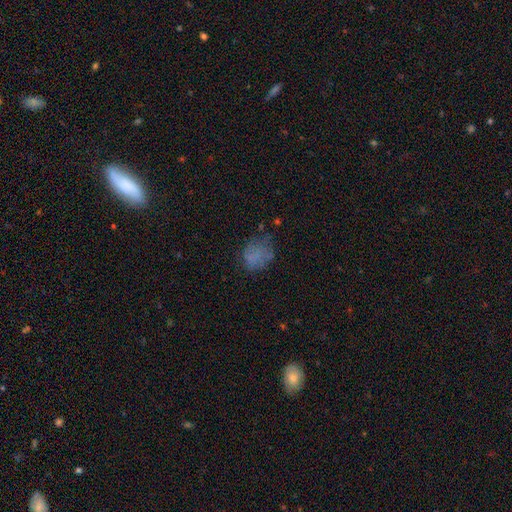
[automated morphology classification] Smooth or featured?
  - smooth: 65% *
  - featured or disk: 20%
  - star or artifact: 16%
How rounded?
  - round: 53% *
  - in between: 46%
  - cigar-shaped: 1%
Merging?
  - none: 50% *
  - minor disturbance: 26%
  - major disturbance: 20%
  - merger: 3%